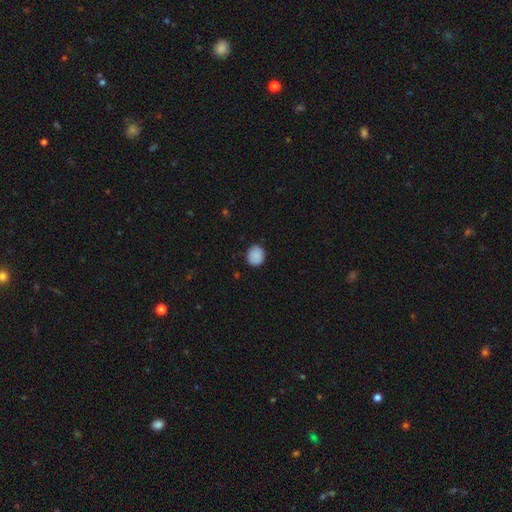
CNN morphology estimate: type=smooth (87%); roundness=round (74%); merging=none (84%).